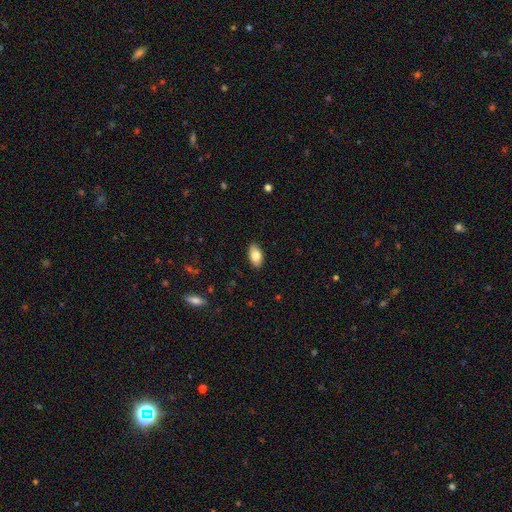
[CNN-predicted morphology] Overall: smooth (82%). How rounded: in between (94%). Merging: none (88%).